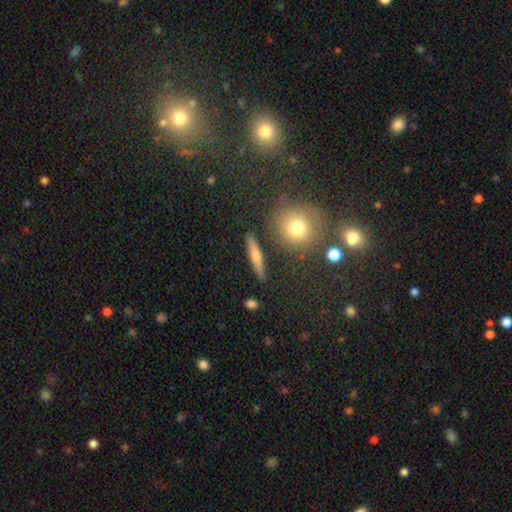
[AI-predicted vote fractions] smooth 63%, featured or disk 29%, star or artifact 8%. Down the decision tree: how rounded — cigar-shaped (83%); merging — none (87%).